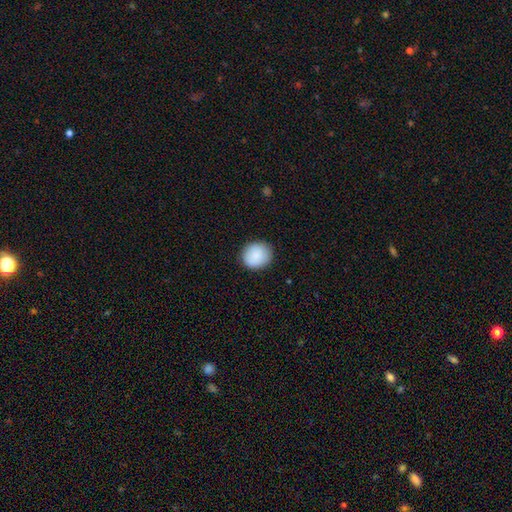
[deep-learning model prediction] This appears to be a smooth galaxy with no disk features (89%) that is round (77%). Merging: none (86%).